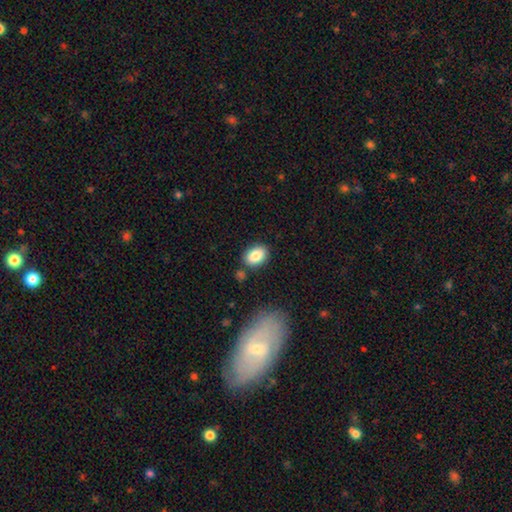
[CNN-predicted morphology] Q: Smooth or featured?
A: smooth (85%); runner-up: star or artifact (8%)
Q: How rounded?
A: in between (83%); runner-up: round (16%)
Q: Merging?
A: none (81%); runner-up: minor disturbance (11%)